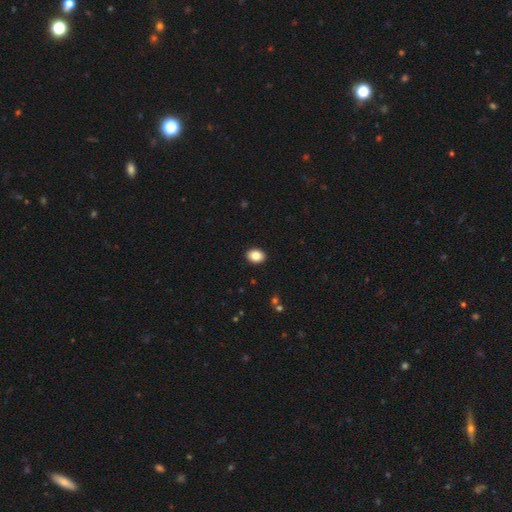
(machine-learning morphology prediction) The model was most divided on "how rounded": in between: 68%, round: 31%, cigar-shaped: 1%. More confident: merging — none (91%); smooth or featured — smooth (85%).